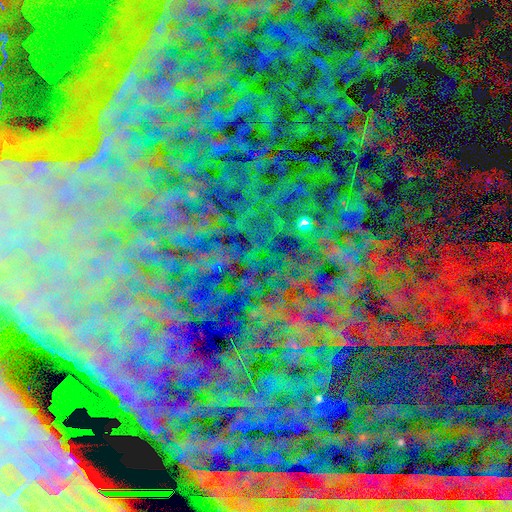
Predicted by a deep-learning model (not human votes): smooth_or_featured: star or artifact (p=0.83) [alt: smooth p=0.09]